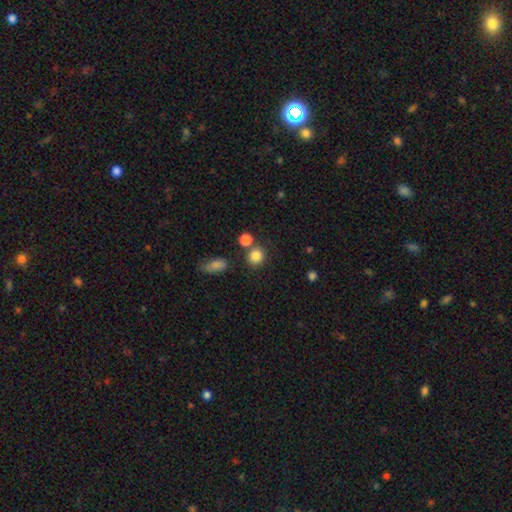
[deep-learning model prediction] This is clearly a smooth galaxy (84%). How rounded: clearly round (83%). Merging: likely none (72%).